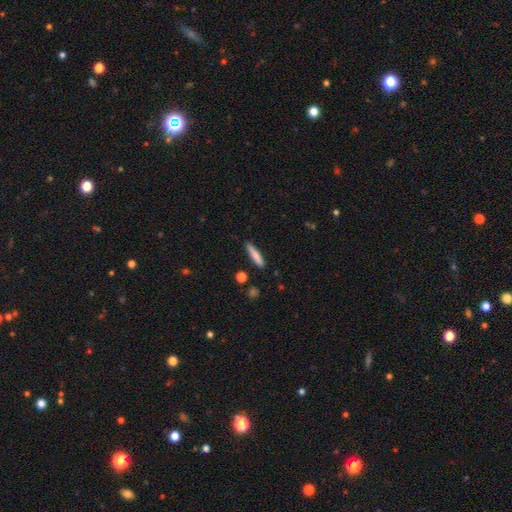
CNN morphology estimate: Smooth or featured? Predicted: smooth (p=0.75). How rounded? Predicted: cigar-shaped (p=0.88). Merging? Predicted: none (p=0.84).